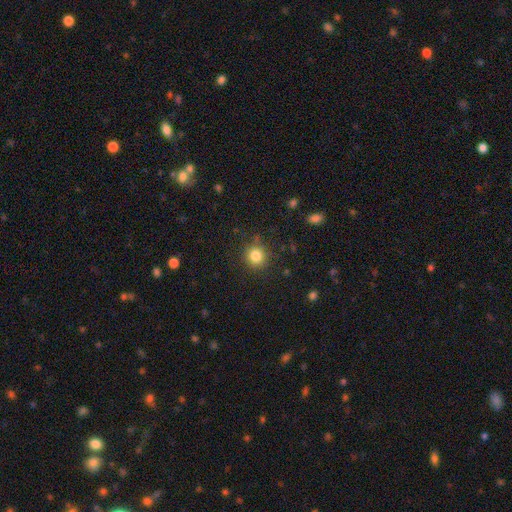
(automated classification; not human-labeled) The model was most divided on "smooth or featured": smooth: 83%, star or artifact: 12%, featured or disk: 5%. More confident: how rounded — round (90%); merging — none (83%).